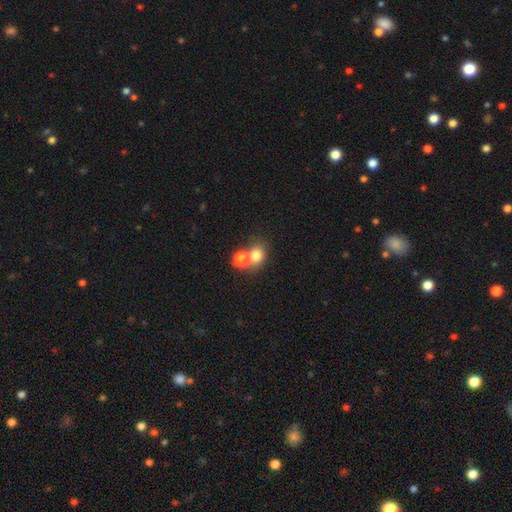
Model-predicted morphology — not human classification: type=smooth (76%); roundness=round (66%); merging=none (46%).